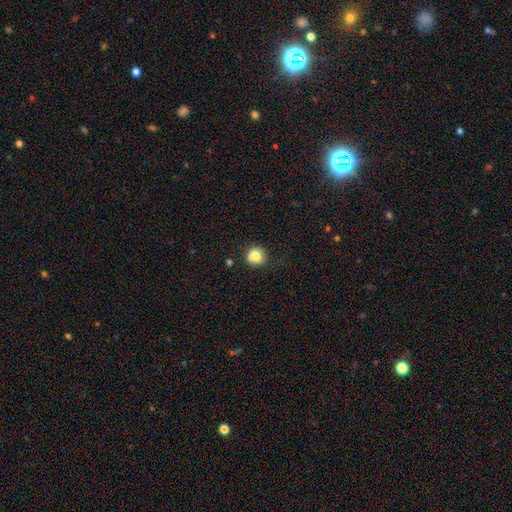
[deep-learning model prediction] Smooth or featured: smooth — 77% (featured or disk — 12%)
How rounded: round — 83% (in between — 16%)
Merging: none — 62% (minor disturbance — 20%)